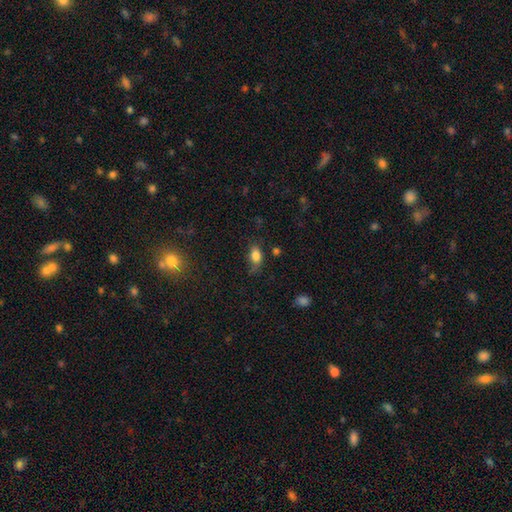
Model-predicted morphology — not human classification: This appears to be a smooth galaxy with no disk features (80%) that is in between round and cigar-shaped (83%). Merging: none (58%).